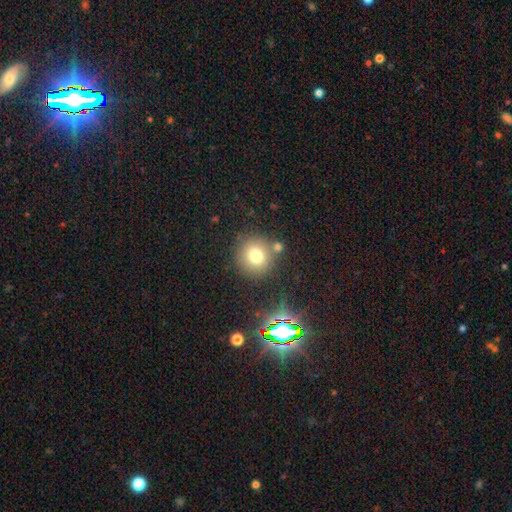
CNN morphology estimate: This appears to be a smooth galaxy with no disk features (75%) that is round (91%). Merging: none (77%).